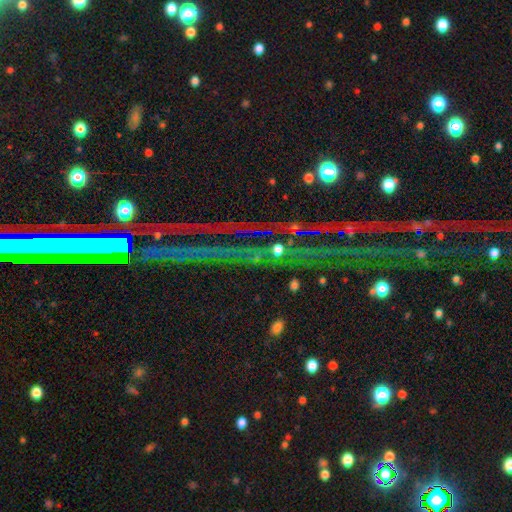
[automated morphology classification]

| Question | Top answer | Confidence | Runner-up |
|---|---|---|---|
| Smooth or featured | star or artifact | 74% | featured or disk (16%) |